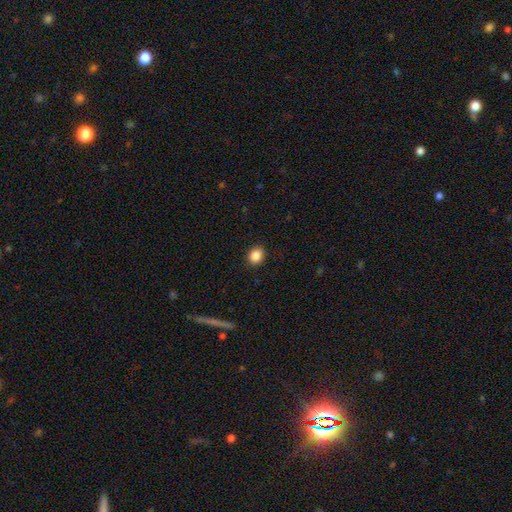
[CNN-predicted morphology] Smooth or featured: smooth — 87% (star or artifact — 9%)
How rounded: round — 55% (in between — 44%)
Merging: none — 90% (minor disturbance — 7%)